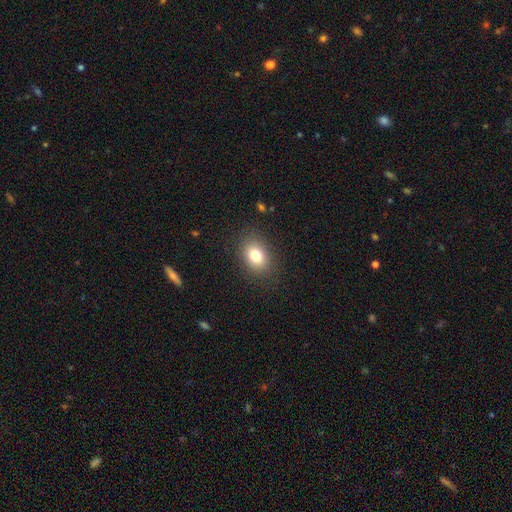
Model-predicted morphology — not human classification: Q: Smooth or featured?
A: smooth (80%); runner-up: star or artifact (11%)
Q: How rounded?
A: in between (69%); runner-up: round (30%)
Q: Merging?
A: none (86%); runner-up: minor disturbance (10%)